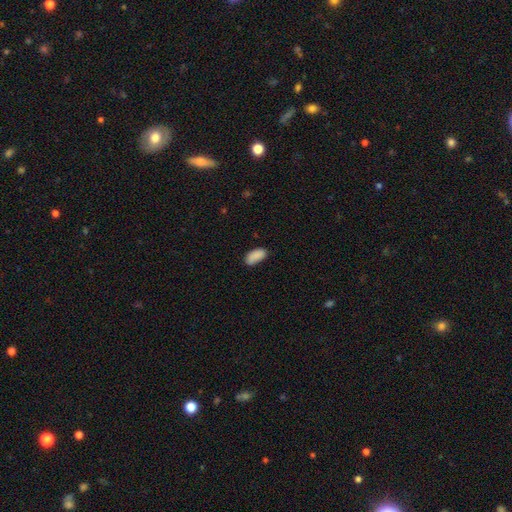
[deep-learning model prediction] This is clearly a smooth galaxy (88%). How rounded: clearly in between (92%). Merging: likely none (72%).